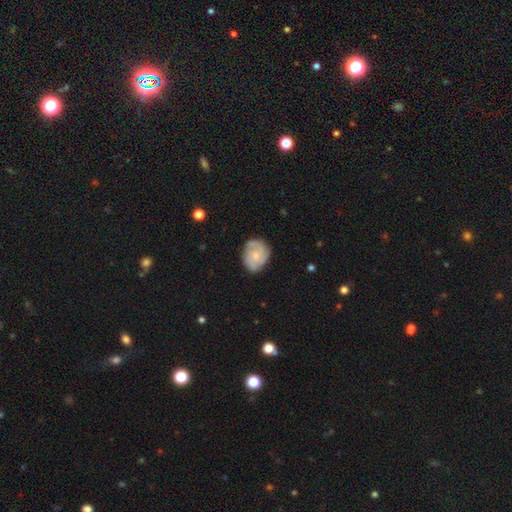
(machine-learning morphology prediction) Smooth or featured?
  - featured or disk: 56% *
  - smooth: 37%
  - star or artifact: 6%
Edge-on disk?
  - no: 98% *
  - yes: 2%
Bar?
  - no: 77% *
  - weak: 20%
  - strong: 2%
Spiral arms?
  - yes: 87% *
  - no: 13%
Bulge size?
  - small: 59% *
  - moderate: 32%
  - none: 6%
  - large: 2%
  - dominant: 1%
Merging?
  - none: 73% *
  - minor disturbance: 21%
  - major disturbance: 5%
  - merger: 1%